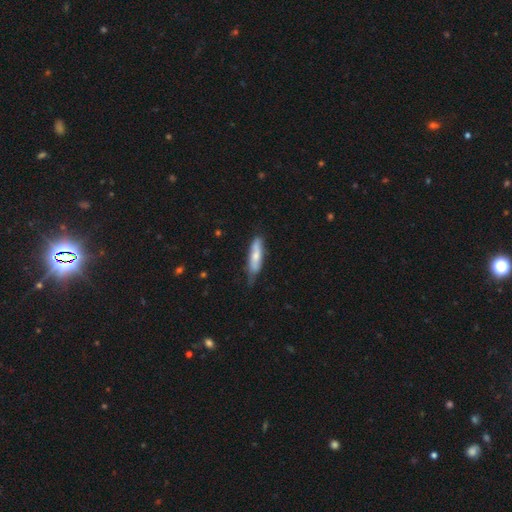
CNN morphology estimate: Smooth or featured? smooth (64%)
How rounded? cigar-shaped (67%)
Merging? none (58%)